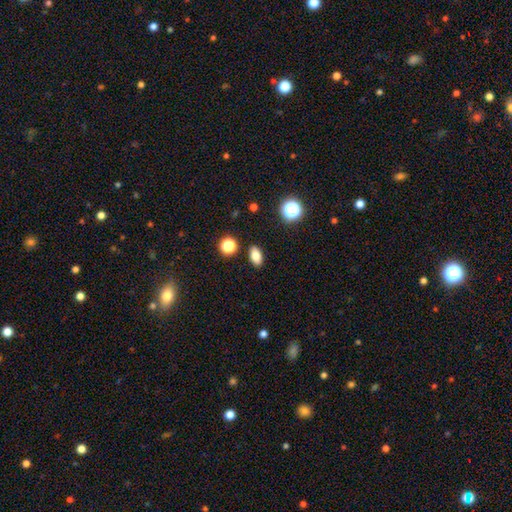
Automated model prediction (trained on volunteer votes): A smooth galaxy with no disk features (79%) that is in between round and cigar-shaped (86%).

Vote fractions:
- Smooth or featured? smooth: 79% / star or artifact: 12% / featured or disk: 9%
- How rounded? in between: 86% / round: 10% / cigar-shaped: 4%
- Merging? none: 88% / minor disturbance: 8% / merger: 2% / major disturbance: 2%